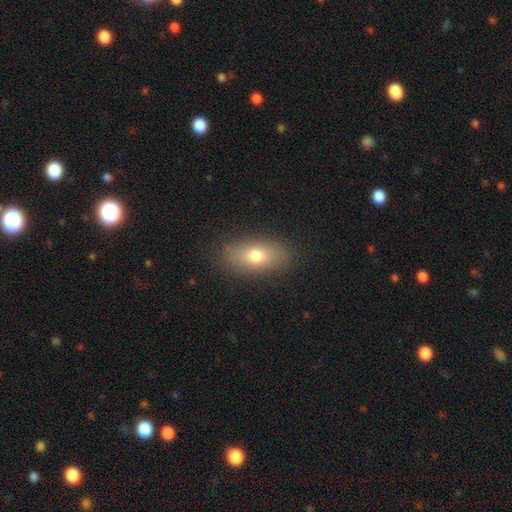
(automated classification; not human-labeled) Smooth or featured?
  - smooth: 72% *
  - featured or disk: 19%
  - star or artifact: 9%
How rounded?
  - in between: 84% *
  - round: 8%
  - cigar-shaped: 8%
Merging?
  - none: 84% *
  - minor disturbance: 11%
  - major disturbance: 4%
  - merger: 1%